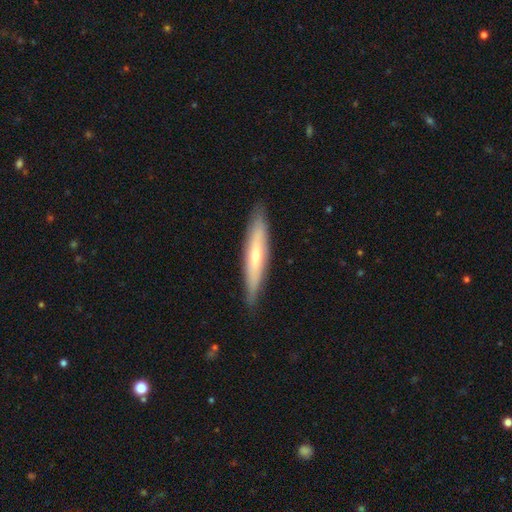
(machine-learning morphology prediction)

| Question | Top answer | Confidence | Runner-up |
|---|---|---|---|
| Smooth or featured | featured or disk | 50% | smooth (44%) |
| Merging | none | 86% | minor disturbance (11%) |